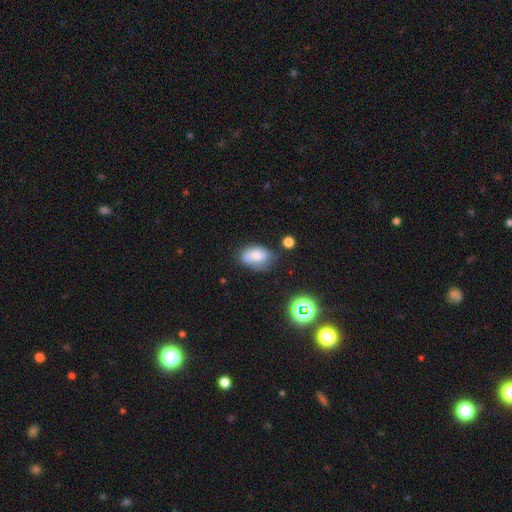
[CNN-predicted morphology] A smooth galaxy with no disk features (63%) that is in between round and cigar-shaped (88%). Merging: none (53%).